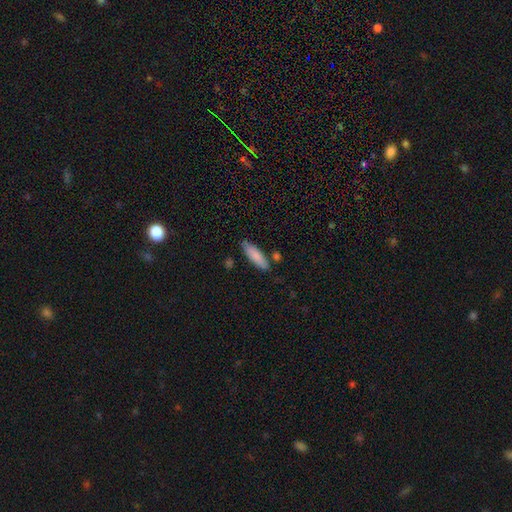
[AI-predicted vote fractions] Q: Smooth or featured?
A: smooth (85%); runner-up: featured or disk (9%)
Q: How rounded?
A: cigar-shaped (54%); runner-up: in between (45%)
Q: Merging?
A: none (78%); runner-up: minor disturbance (14%)